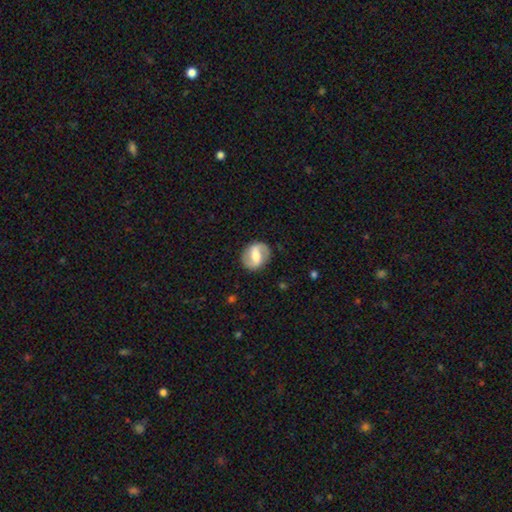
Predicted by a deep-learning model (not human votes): Smooth or featured? featured or disk (72%)
Edge-on disk? no (97%)
Bar? strong (51%)
Spiral arms? yes (83%)
Spiral winding? medium (45%)
Spiral arm count? 2 (90%)
Bulge size? moderate (50%)
Merging? none (85%)